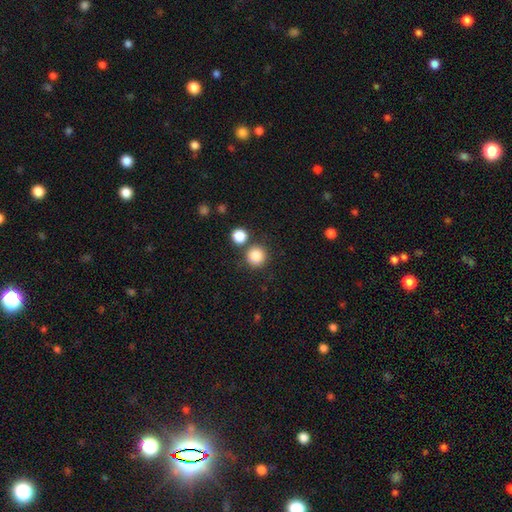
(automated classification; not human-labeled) Smooth or featured? smooth (85%)
How rounded? round (94%)
Merging? none (79%)